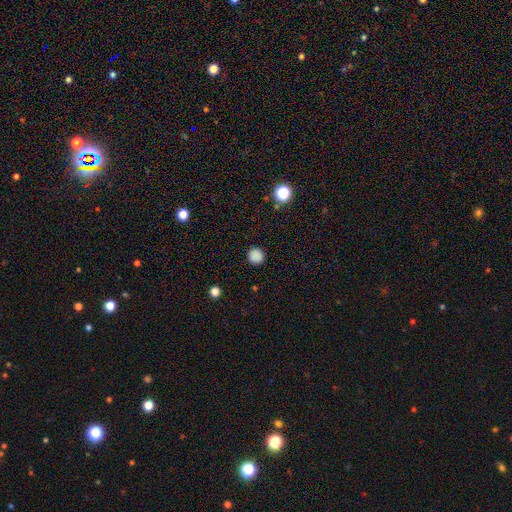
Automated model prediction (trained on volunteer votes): Q: Smooth or featured?
A: smooth (86%); runner-up: star or artifact (11%)
Q: How rounded?
A: round (93%); runner-up: in between (6%)
Q: Merging?
A: none (90%); runner-up: minor disturbance (7%)